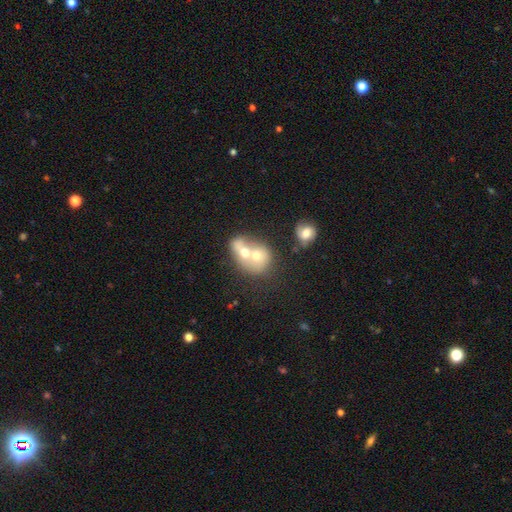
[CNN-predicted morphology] A smooth galaxy with no disk features (58%) that is round (59%). Merging: merger (73%).